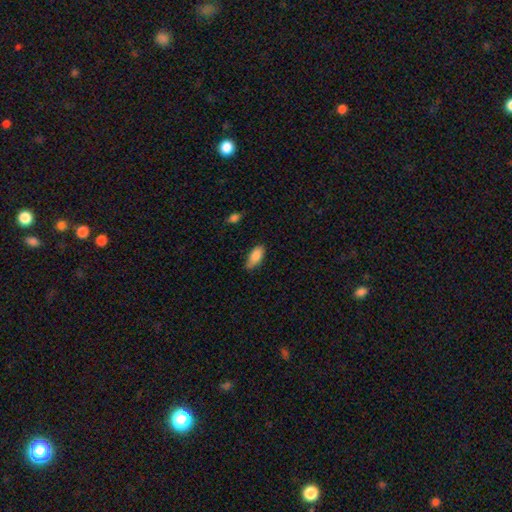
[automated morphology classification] Smooth or featured? Predicted: smooth (p=0.86). How rounded? Predicted: in between (p=0.88). Merging? Predicted: none (p=0.65).